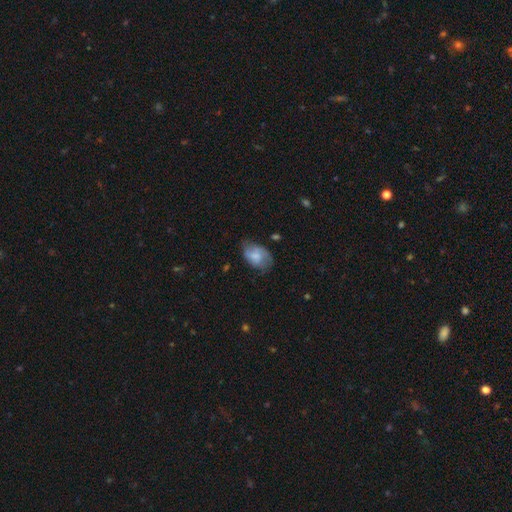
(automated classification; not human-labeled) Smooth or featured?
  - smooth: 66% *
  - featured or disk: 26%
  - star or artifact: 7%
How rounded?
  - in between: 86% *
  - round: 13%
  - cigar-shaped: 1%
Merging?
  - none: 54% *
  - minor disturbance: 32%
  - major disturbance: 12%
  - merger: 2%